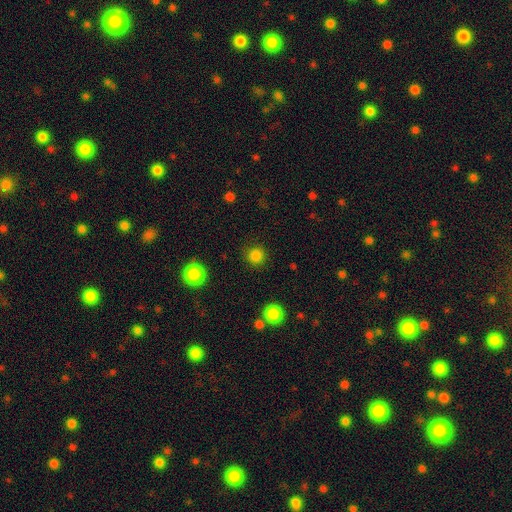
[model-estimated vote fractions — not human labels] A smooth galaxy with no disk features (83%) that is round (94%).

Vote fractions:
- Smooth or featured? smooth: 83% / star or artifact: 13% / featured or disk: 3%
- How rounded? round: 94% / in between: 5% / cigar-shaped: 1%
- Merging? none: 89% / minor disturbance: 6% / major disturbance: 3% / merger: 2%